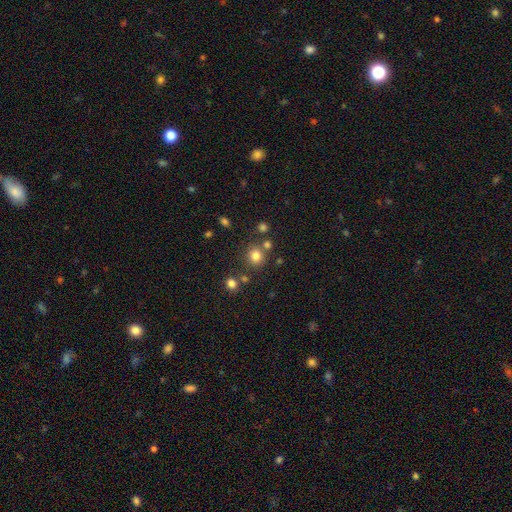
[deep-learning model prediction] Smooth or featured?
  - smooth: 79% *
  - star or artifact: 15%
  - featured or disk: 7%
How rounded?
  - round: 88% *
  - in between: 12%
  - cigar-shaped: 1%
Merging?
  - none: 77% *
  - merger: 11%
  - minor disturbance: 9%
  - major disturbance: 3%